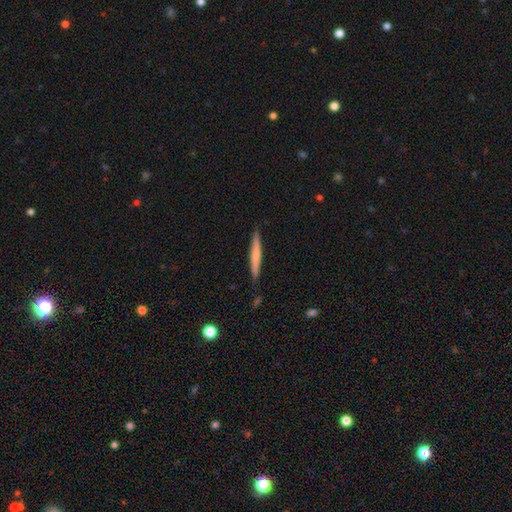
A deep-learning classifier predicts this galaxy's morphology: type=smooth (62%); roundness=cigar-shaped (96%); merging=none (88%).